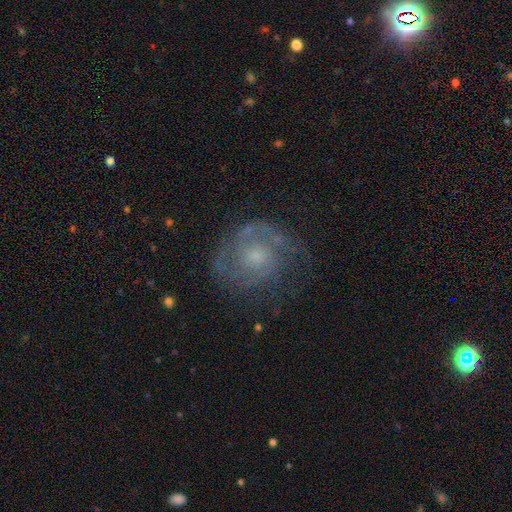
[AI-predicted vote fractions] Smooth or featured: featured or disk — 78% (smooth — 14%)
Edge-on disk: no — 98% (yes — 2%)
Bar: no — 72% (weak — 24%)
Spiral arms: yes — 91% (no — 9%)
Spiral winding: tight — 50% (medium — 39%)
Spiral arm count: 2 — 51% (can't tell — 23%)
Bulge size: small — 53% (moderate — 35%)
Merging: none — 69% (minor disturbance — 18%)